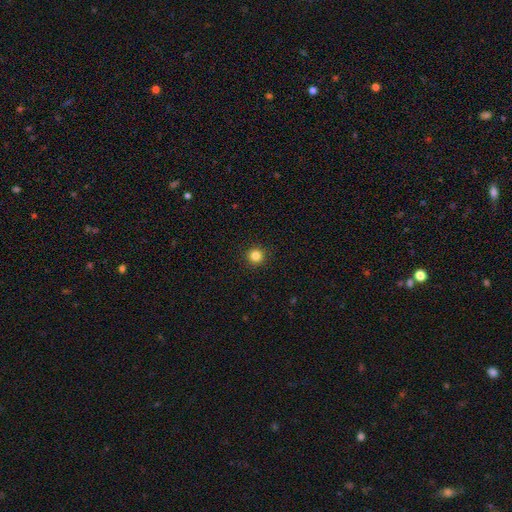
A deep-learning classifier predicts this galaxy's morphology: This appears to be a smooth galaxy with no disk features (83%) that is round (95%). Merging: none (93%).